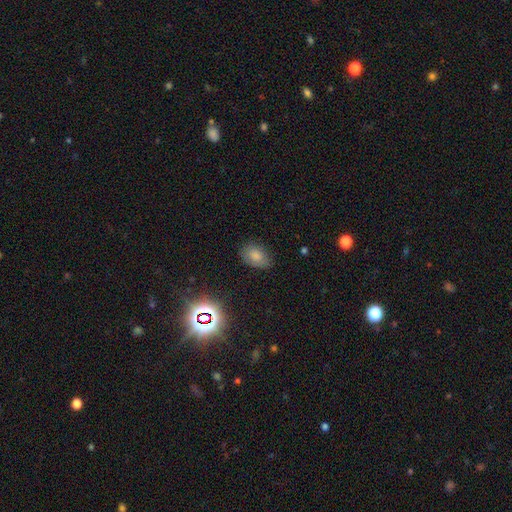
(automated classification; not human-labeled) The model was most divided on "merging": none: 76%, minor disturbance: 19%, major disturbance: 4%, merger: 1%. More confident: how rounded — in between (82%); smooth or featured — smooth (78%).